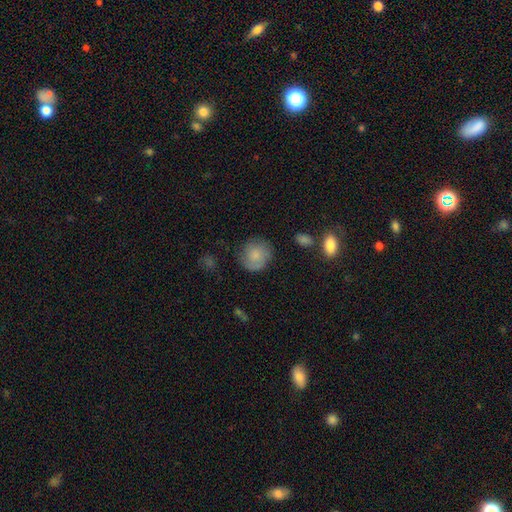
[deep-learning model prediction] Smooth or featured? Predicted: smooth (p=0.72). How rounded? Predicted: round (p=0.86). Merging? Predicted: none (p=0.71).